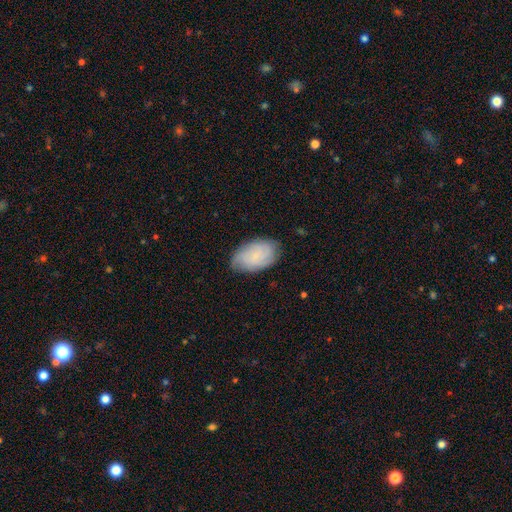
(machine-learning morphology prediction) type=smooth (60%); roundness=in between (93%); merging=none (77%).